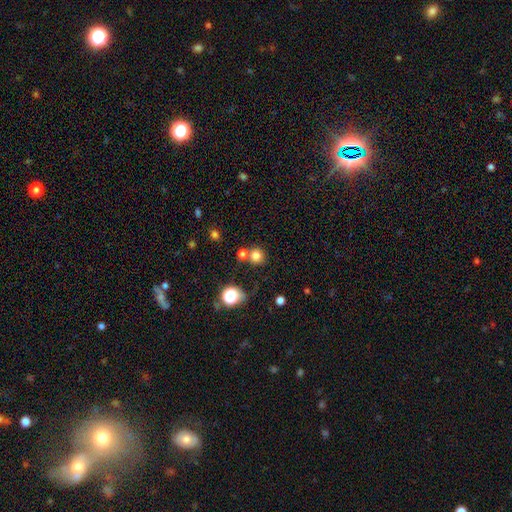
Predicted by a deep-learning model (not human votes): Overall: smooth (78%). How rounded: round (91%). Merging: none (70%).